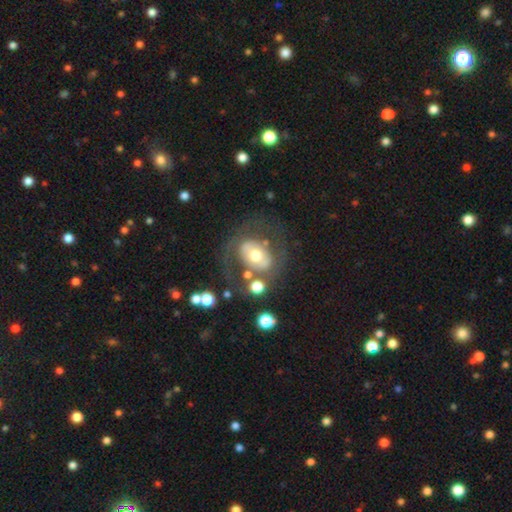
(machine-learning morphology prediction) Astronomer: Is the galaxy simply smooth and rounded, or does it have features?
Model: featured or disk — 56% (runner-up: smooth, 36%).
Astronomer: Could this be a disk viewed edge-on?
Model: no — 95%.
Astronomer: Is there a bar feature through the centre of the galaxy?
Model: no — 63%.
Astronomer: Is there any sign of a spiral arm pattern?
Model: no — 67%.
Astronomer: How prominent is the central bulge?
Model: moderate — 68%.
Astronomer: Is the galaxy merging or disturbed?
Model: none — 57%.